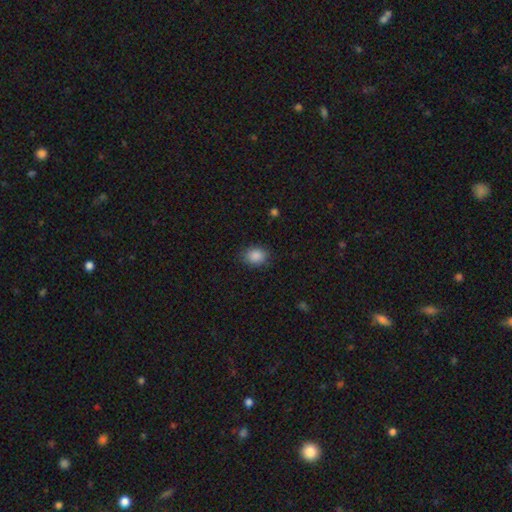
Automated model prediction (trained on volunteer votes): Smooth or featured? smooth (88%)
How rounded? in between (54%)
Merging? none (84%)